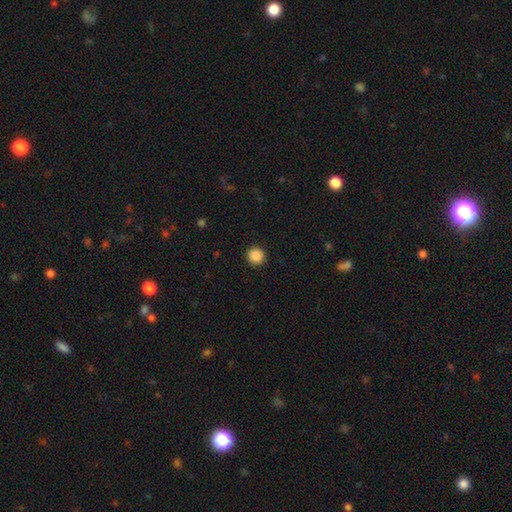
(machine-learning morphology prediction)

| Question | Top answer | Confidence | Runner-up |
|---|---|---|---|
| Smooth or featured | smooth | 88% | star or artifact (9%) |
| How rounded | round | 94% | in between (5%) |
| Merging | none | 93% | minor disturbance (4%) |